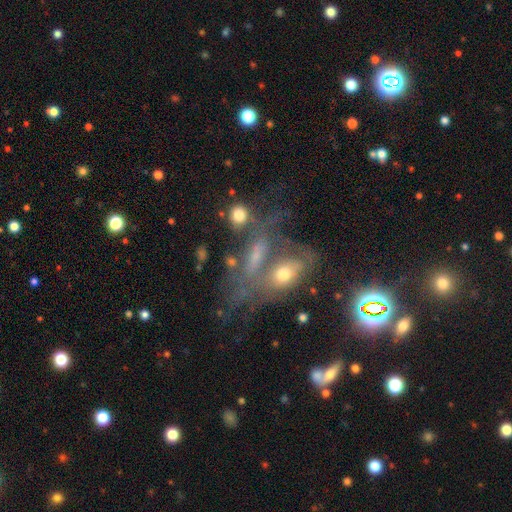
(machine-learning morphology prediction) A featured or disk galaxy (47%). Merging: merger (36%).